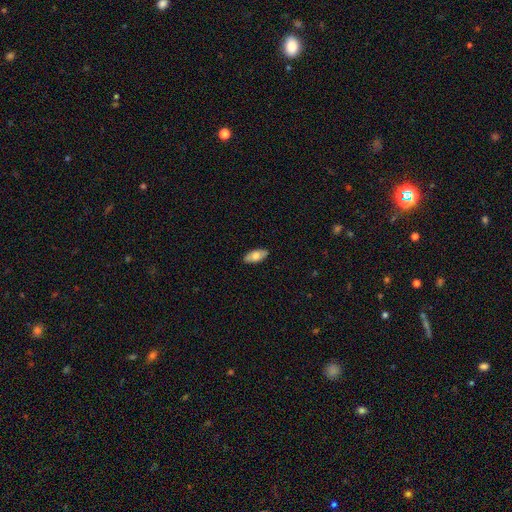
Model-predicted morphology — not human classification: smooth 69%, featured or disk 25%, star or artifact 6%. Down the decision tree: how rounded — in between (89%); merging — none (88%).